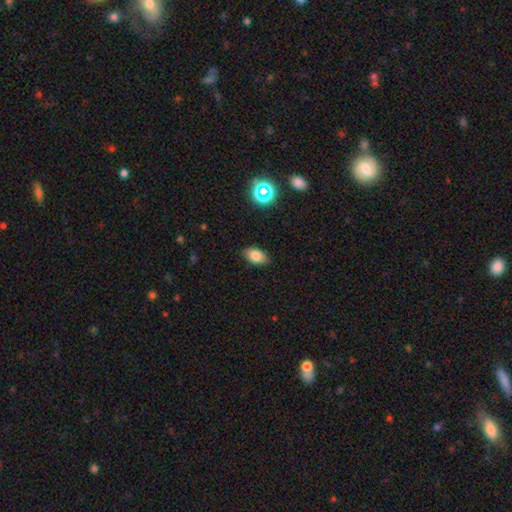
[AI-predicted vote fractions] smooth 80%, star or artifact 11%, featured or disk 9%. Down the decision tree: how rounded — in between (89%); merging — none (85%).